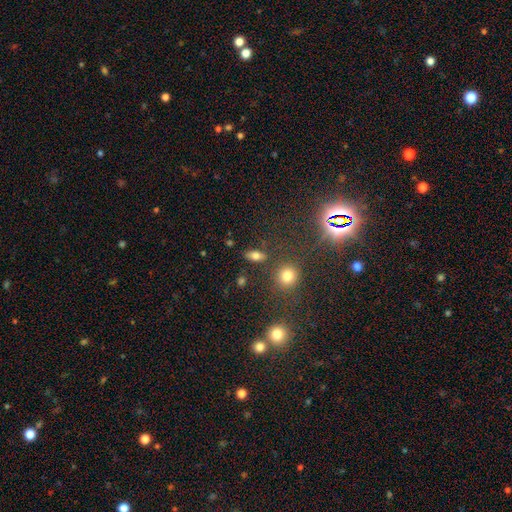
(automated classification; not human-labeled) Morphology: type=smooth (71%); roundness=in between (80%); merging=none (82%).